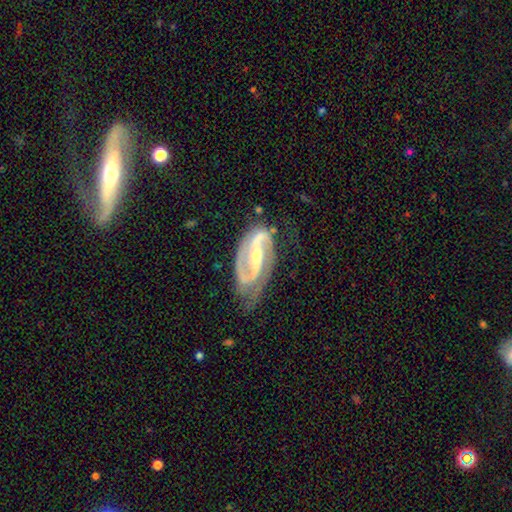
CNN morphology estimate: Smooth or featured? Predicted: featured or disk (p=0.91). Edge-on disk? Predicted: no (p=0.96). Bar? Predicted: strong (p=0.60). Spiral arms? Predicted: yes (p=0.97). Spiral winding? Predicted: medium (p=0.52). Spiral arm count? Predicted: 2 (p=0.91). Bulge size? Predicted: small (p=0.52). Merging? Predicted: none (p=0.65).